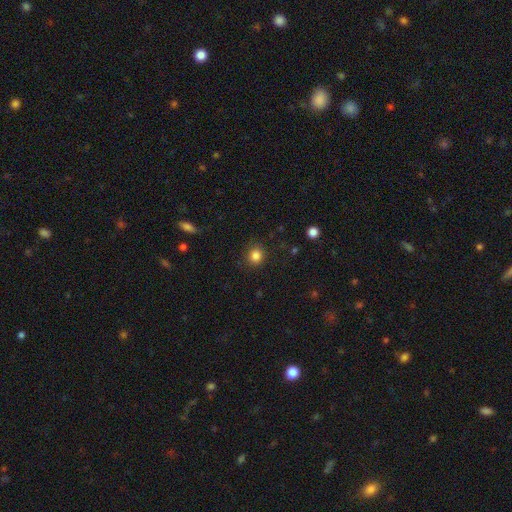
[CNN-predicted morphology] Q: Smooth or featured?
A: smooth (84%); runner-up: star or artifact (12%)
Q: How rounded?
A: round (88%); runner-up: in between (11%)
Q: Merging?
A: none (88%); runner-up: minor disturbance (8%)